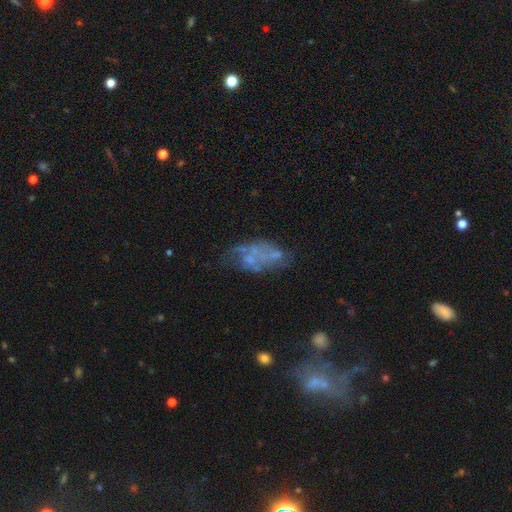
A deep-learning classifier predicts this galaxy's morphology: Q: Smooth or featured?
A: featured or disk (57%); runner-up: smooth (28%)
Q: Edge-on disk?
A: no (96%); runner-up: yes (4%)
Q: Bar?
A: no (91%); runner-up: weak (7%)
Q: Spiral arms?
A: no (87%); runner-up: yes (13%)
Q: Bulge size?
A: none (77%); runner-up: small (13%)
Q: Merging?
A: none (39%); runner-up: major disturbance (26%)